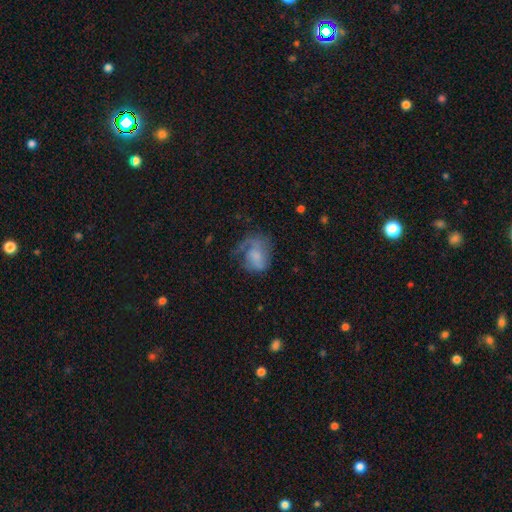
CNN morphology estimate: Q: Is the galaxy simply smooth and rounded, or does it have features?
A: featured or disk — 51%.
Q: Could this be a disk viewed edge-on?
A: no — 97%.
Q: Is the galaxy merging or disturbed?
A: none — 38%.